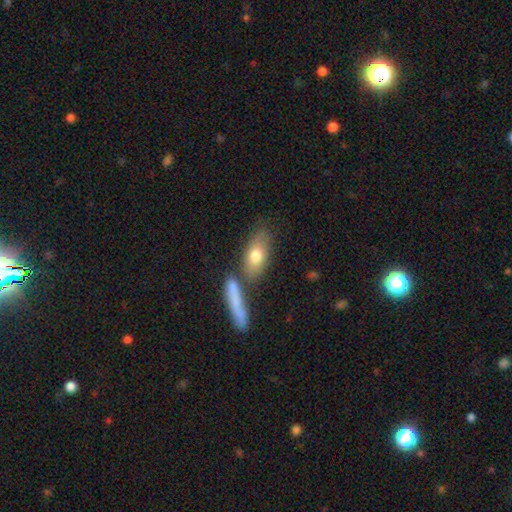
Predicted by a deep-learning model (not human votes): A smooth galaxy with no disk features (73%) that is in between round and cigar-shaped (76%). Merging: none (63%).